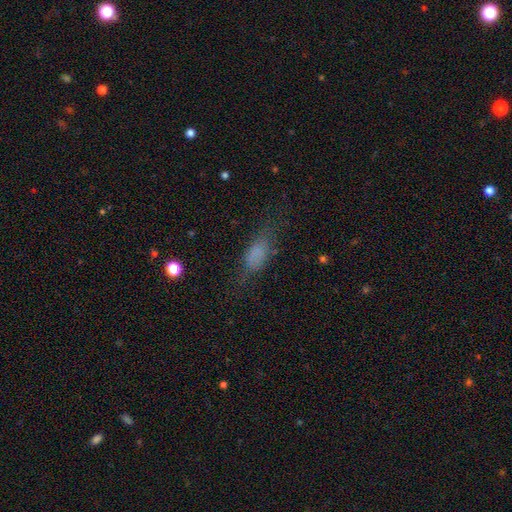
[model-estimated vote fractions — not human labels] Overall: smooth (70%). How rounded: in between (72%). Merging: none (56%; minor disturbance 25%).